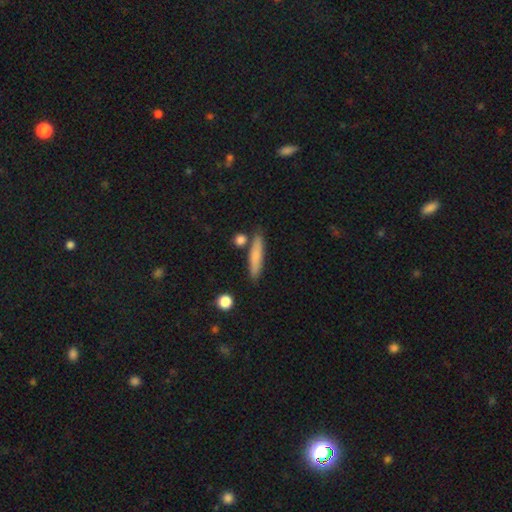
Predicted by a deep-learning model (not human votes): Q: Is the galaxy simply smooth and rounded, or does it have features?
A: smooth — 77%.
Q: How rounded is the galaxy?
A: cigar-shaped — 87%.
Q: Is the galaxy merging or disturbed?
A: none — 82%.